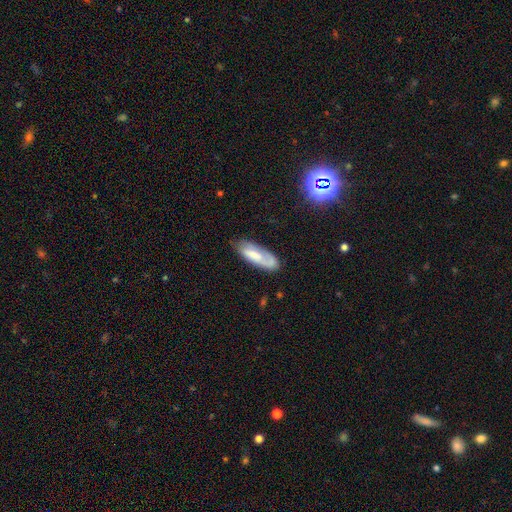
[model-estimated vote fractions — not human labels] Q: Smooth or featured?
A: smooth (53%); runner-up: featured or disk (40%)
Q: How rounded?
A: in between (66%); runner-up: cigar-shaped (32%)
Q: Merging?
A: none (66%); runner-up: minor disturbance (23%)